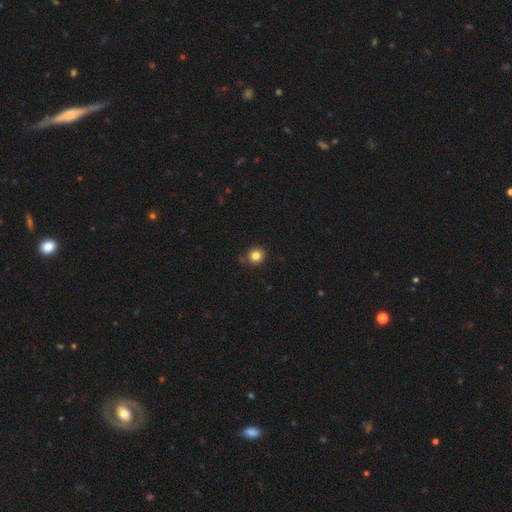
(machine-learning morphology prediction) smooth_or_featured: smooth (p=0.83) [alt: star or artifact p=0.12]
how_rounded: round (p=0.87) [alt: in between p=0.12]
merging: none (p=0.83) [alt: minor disturbance p=0.11]